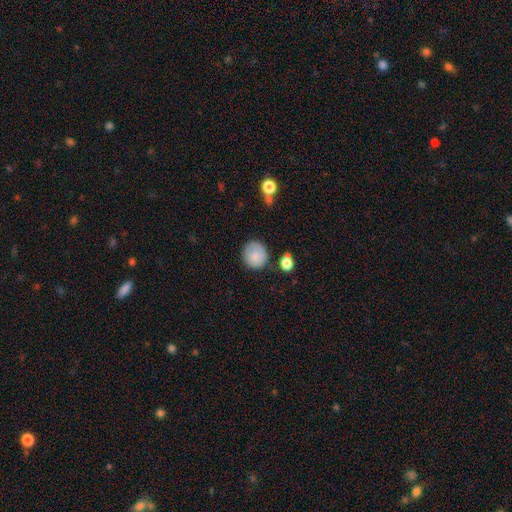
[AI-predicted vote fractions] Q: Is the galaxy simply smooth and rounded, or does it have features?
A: smooth — 84%.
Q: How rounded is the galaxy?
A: round — 88%.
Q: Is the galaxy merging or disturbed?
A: none — 79%.